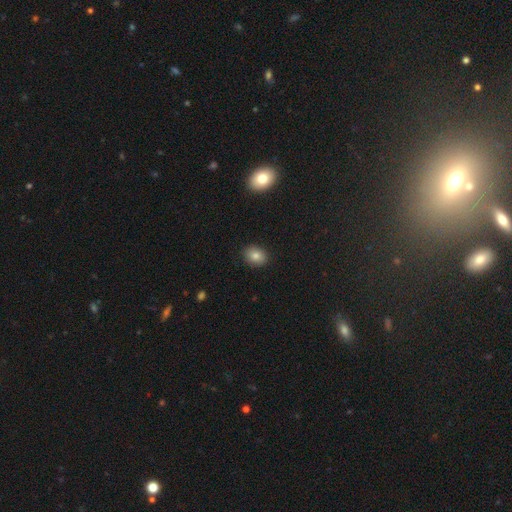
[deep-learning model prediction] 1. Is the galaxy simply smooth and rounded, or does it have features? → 82% smooth, 10% star or artifact, 7% featured or disk.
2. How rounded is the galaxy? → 60% in between, 39% round, 1% cigar-shaped.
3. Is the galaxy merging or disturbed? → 90% none, 7% minor disturbance, 2% major disturbance, 1% merger.